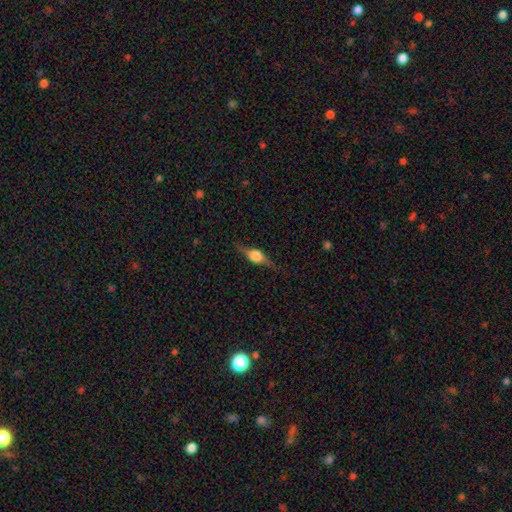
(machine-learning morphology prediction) Overall: featured or disk (73%). Edge-on disk: yes (96%). Edge-on bulge: rounded (92%). Merging: none (82%).